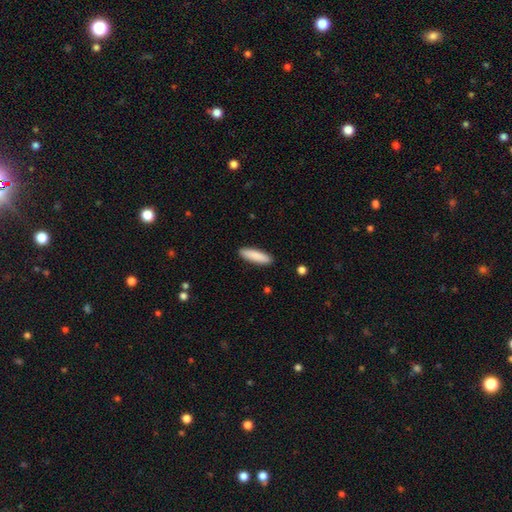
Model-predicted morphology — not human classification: smooth-or-featured: smooth: 87% | featured or disk: 7% | star or artifact: 5%
  how-rounded: cigar-shaped: 68% | in between: 31% | round: 1%
  merging: none: 90% | minor disturbance: 7% | major disturbance: 2% | merger: 1%